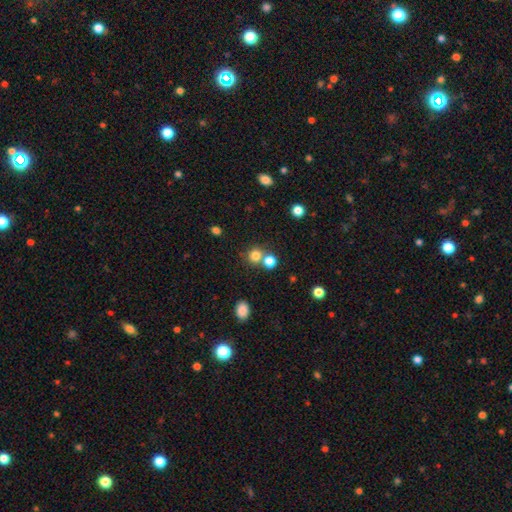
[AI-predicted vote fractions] Smooth or featured?
  - smooth: 78% *
  - star or artifact: 15%
  - featured or disk: 7%
How rounded?
  - round: 88% *
  - in between: 11%
  - cigar-shaped: 1%
Merging?
  - none: 61% *
  - merger: 29%
  - minor disturbance: 7%
  - major disturbance: 3%